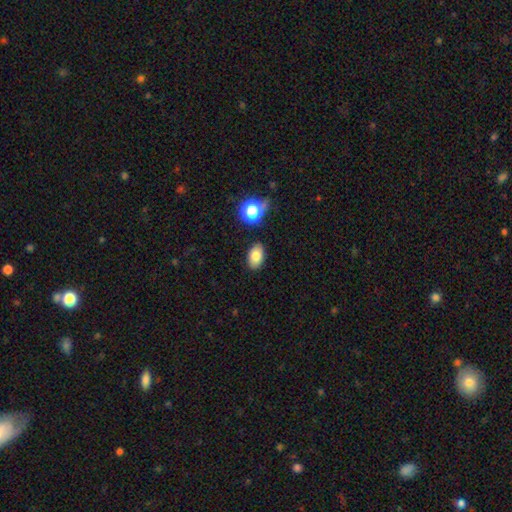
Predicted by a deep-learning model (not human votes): Q: Smooth or featured?
A: smooth (79%); runner-up: star or artifact (11%)
Q: How rounded?
A: in between (88%); runner-up: round (11%)
Q: Merging?
A: none (86%); runner-up: minor disturbance (9%)